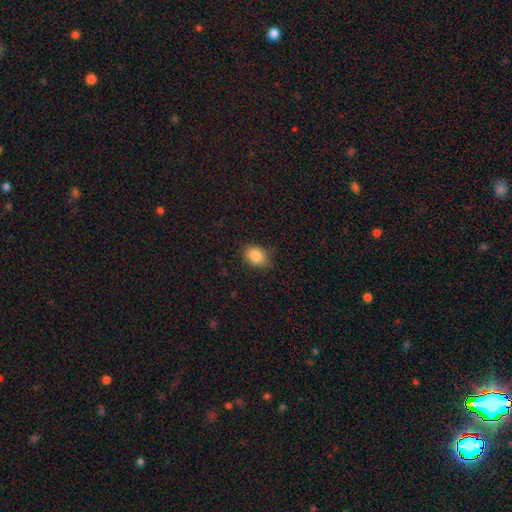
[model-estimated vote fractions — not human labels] smooth_or_featured: smooth (p=0.87) [alt: star or artifact p=0.09]
how_rounded: in between (p=0.65) [alt: round p=0.34]
merging: none (p=0.78) [alt: minor disturbance p=0.17]